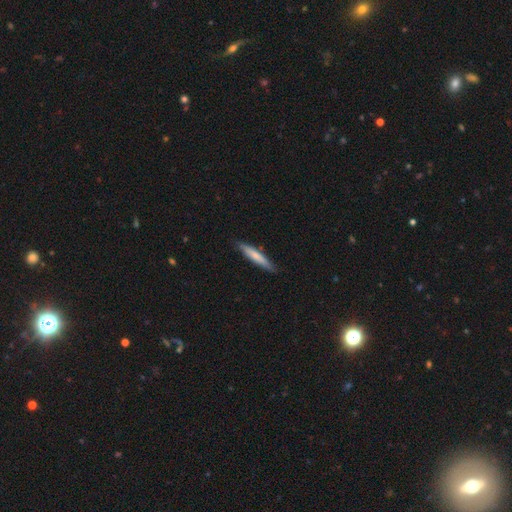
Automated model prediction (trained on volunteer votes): Smooth or featured? smooth (72%)
How rounded? cigar-shaped (91%)
Merging? none (84%)